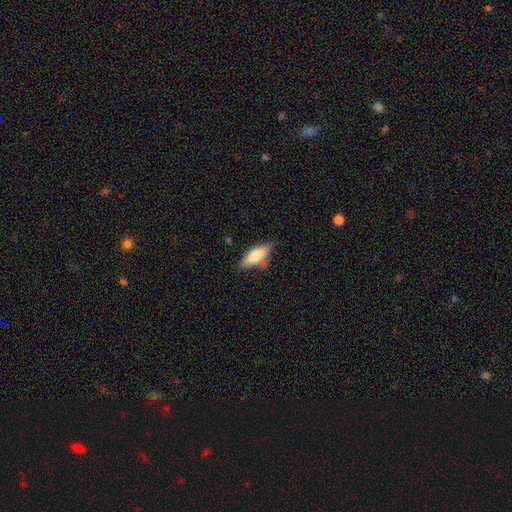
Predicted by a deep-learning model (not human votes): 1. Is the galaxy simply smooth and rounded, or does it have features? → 66% smooth, 27% featured or disk, 7% star or artifact.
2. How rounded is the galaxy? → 63% in between, 35% cigar-shaped, 3% round.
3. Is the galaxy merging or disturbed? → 72% none, 20% minor disturbance, 5% major disturbance, 4% merger.